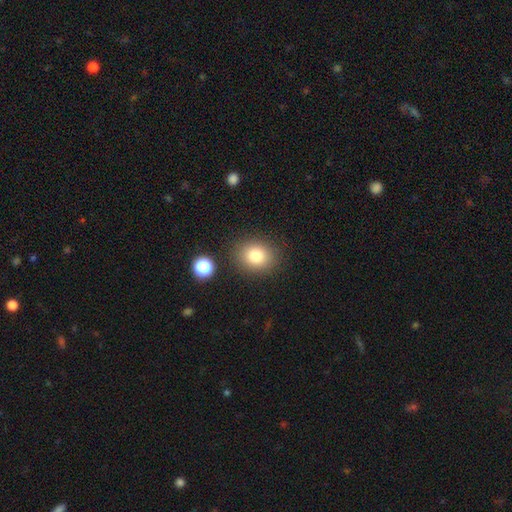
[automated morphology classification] smooth 82%, star or artifact 11%, featured or disk 7%. Down the decision tree: how rounded — round (66%); merging — none (85%).